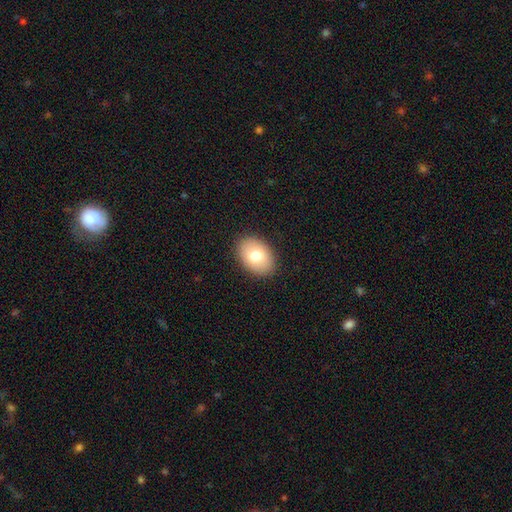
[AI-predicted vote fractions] Morphology: type=smooth (76%); roundness=in between (80%); merging=none (89%).